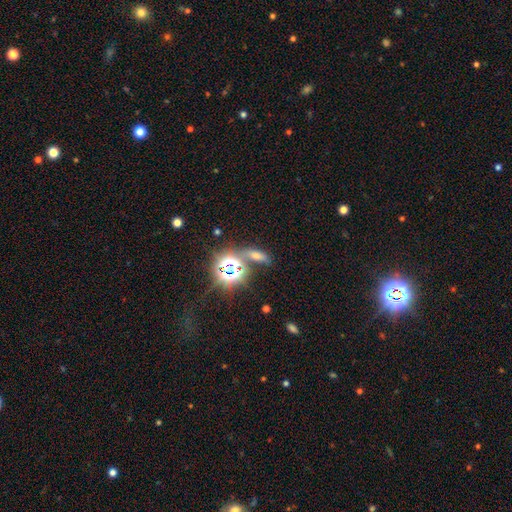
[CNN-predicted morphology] Overall: star or artifact (48%; smooth 34%).